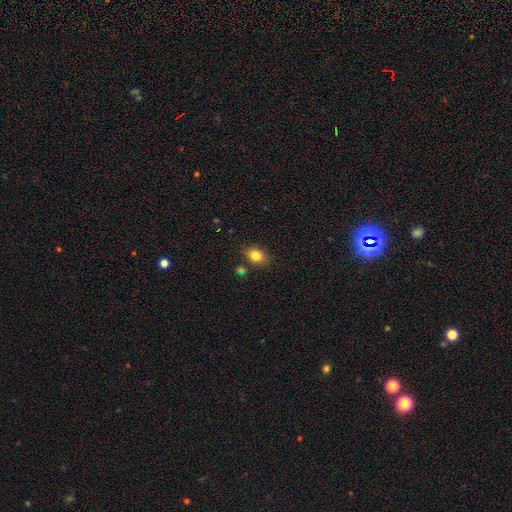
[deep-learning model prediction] A smooth galaxy with no disk features (83%) that is in between round and cigar-shaped (64%). Merging: none (81%).